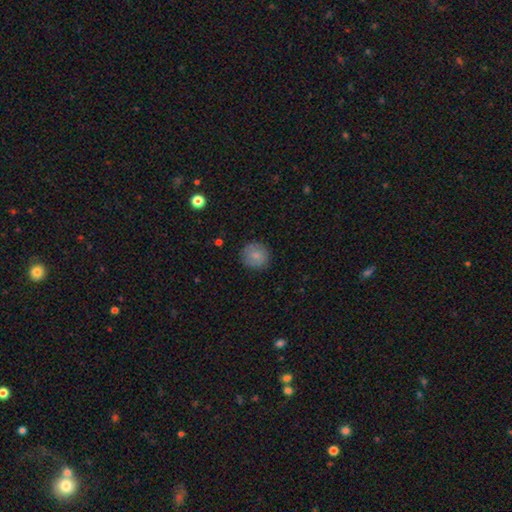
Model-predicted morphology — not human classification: A smooth galaxy with no disk features (82%) that is round (92%). Merging: none (88%).